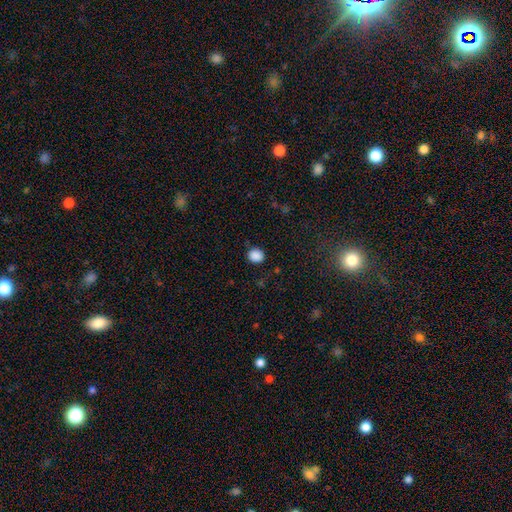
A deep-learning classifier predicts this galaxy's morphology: The model was most divided on "how rounded": round: 75%, in between: 24%, cigar-shaped: 1%. More confident: smooth or featured — smooth (88%); merging — none (86%).